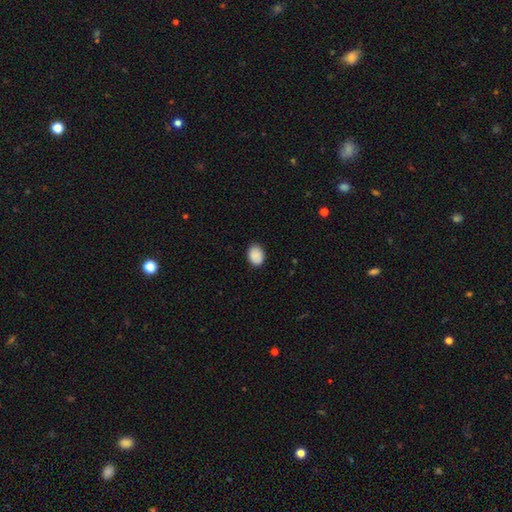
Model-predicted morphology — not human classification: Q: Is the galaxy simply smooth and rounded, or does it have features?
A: smooth — 89%.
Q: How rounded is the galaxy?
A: in between — 68%.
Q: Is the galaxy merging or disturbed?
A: none — 84%.